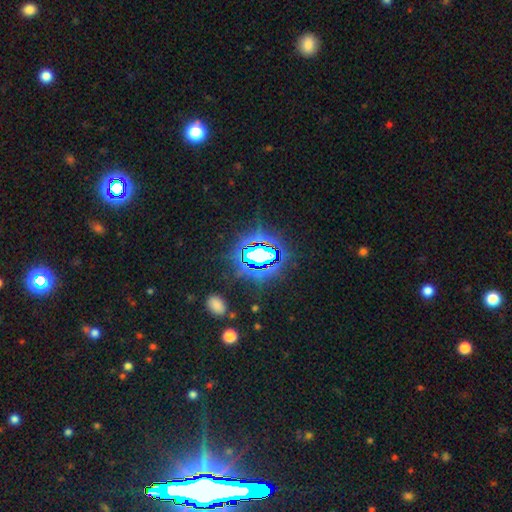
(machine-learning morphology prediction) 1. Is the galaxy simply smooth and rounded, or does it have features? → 74% star or artifact, 15% smooth, 11% featured or disk.